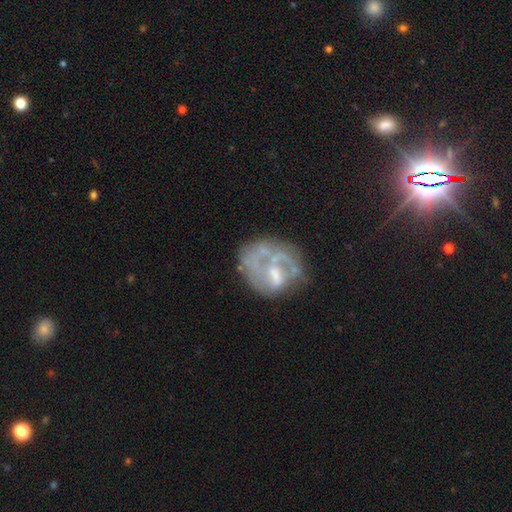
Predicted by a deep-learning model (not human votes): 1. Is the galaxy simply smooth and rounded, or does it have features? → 68% featured or disk, 22% smooth, 10% star or artifact.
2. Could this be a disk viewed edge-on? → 98% no, 2% yes.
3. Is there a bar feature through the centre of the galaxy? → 57% no, 34% weak, 9% strong.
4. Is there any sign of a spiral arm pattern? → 51% yes, 49% no.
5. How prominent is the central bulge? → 36% moderate, 31% none, 28% small, 4% large, 1% dominant.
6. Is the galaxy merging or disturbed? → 45% none, 28% major disturbance, 22% minor disturbance, 6% merger.